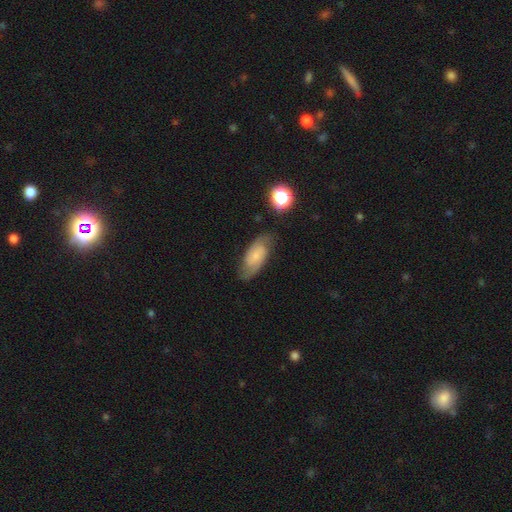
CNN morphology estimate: Overall: featured or disk (63%; smooth 29%). Edge-on disk: no (94%). Bar: no (57%; weak 35%). Spiral arms: yes (93%). Spiral arm count: 2 (85%). Spiral winding: medium (47%; tight 33%). Bulge size: small (59%; moderate 19%). Merging: none (76%).